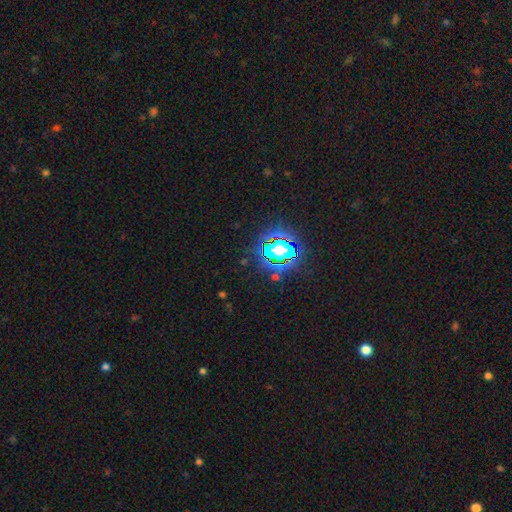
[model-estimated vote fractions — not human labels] smooth_or_featured: star or artifact (p=0.84) [alt: smooth p=0.10]